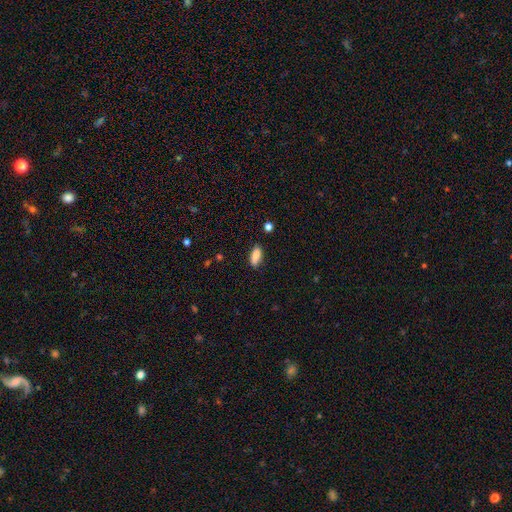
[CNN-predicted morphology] This is clearly a smooth galaxy (84%). How rounded: likely in between (76%). Merging: clearly none (85%).